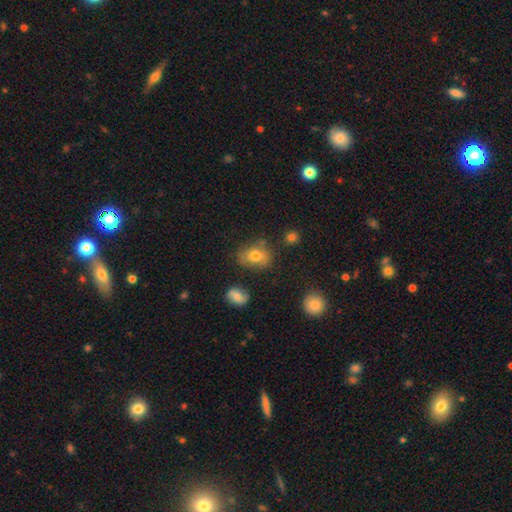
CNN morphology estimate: Q: Smooth or featured?
A: smooth (73%); runner-up: featured or disk (15%)
Q: How rounded?
A: in between (65%); runner-up: round (34%)
Q: Merging?
A: none (65%); runner-up: minor disturbance (22%)